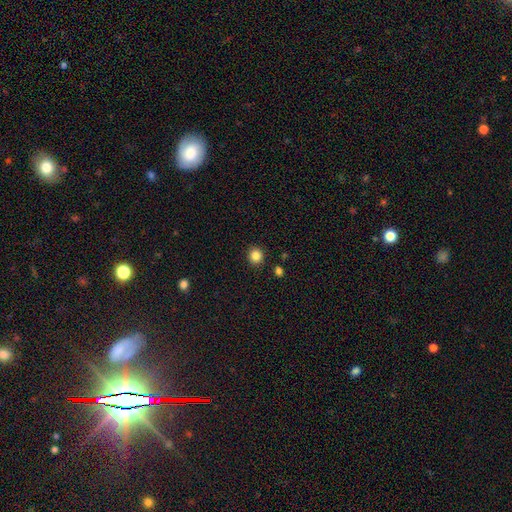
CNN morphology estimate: Overall: smooth (84%). How rounded: round (90%). Merging: none (91%).